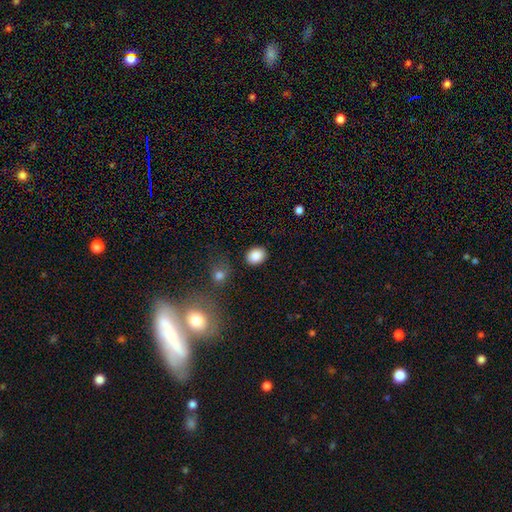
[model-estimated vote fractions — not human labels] smooth_or_featured: smooth (p=0.88) [alt: star or artifact p=0.08]
how_rounded: in between (p=0.52) [alt: round p=0.47]
merging: none (p=0.86) [alt: minor disturbance p=0.09]